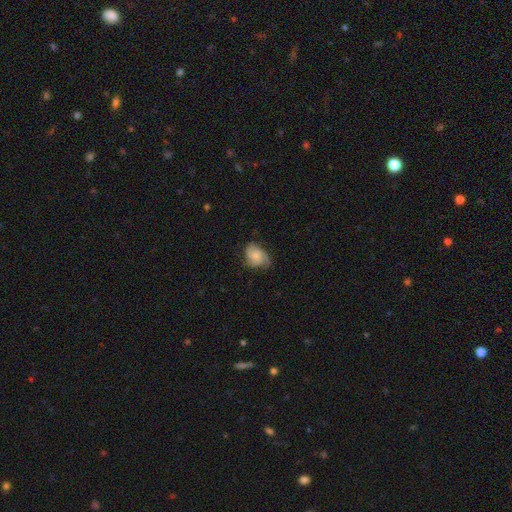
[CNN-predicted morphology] This appears to be a featured or disk galaxy (52%) with no bar (73%), spiral arms (90%) and a small central bulge (34%). Merging: none (57%).